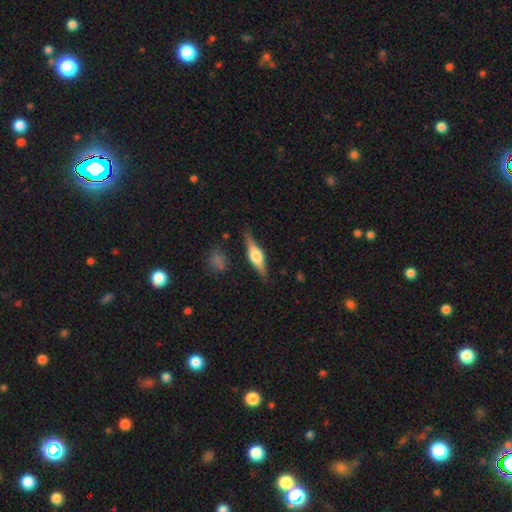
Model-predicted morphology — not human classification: The model was most divided on "smooth or featured": featured or disk: 62%, smooth: 32%, star or artifact: 6%. More confident: edge-on disk — yes (96%); edge-on bulge — rounded (89%); merging — none (84%).